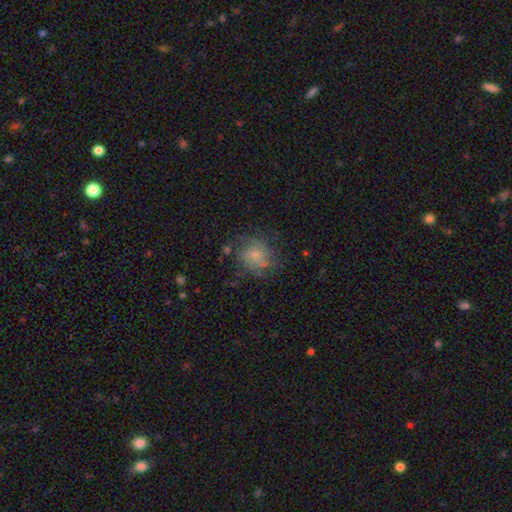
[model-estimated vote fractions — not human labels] smooth-or-featured: featured or disk: 47% | smooth: 43% | star or artifact: 10%
  merging: none: 58% | minor disturbance: 23% | major disturbance: 16% | merger: 3%